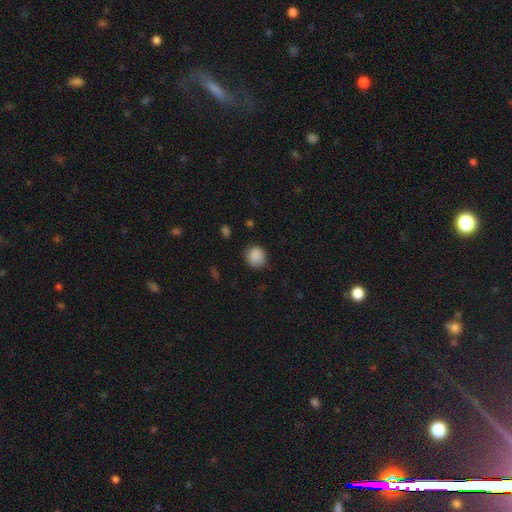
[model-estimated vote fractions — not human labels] Q: Smooth or featured?
A: smooth (88%); runner-up: star or artifact (8%)
Q: How rounded?
A: round (86%); runner-up: in between (13%)
Q: Merging?
A: none (85%); runner-up: minor disturbance (11%)